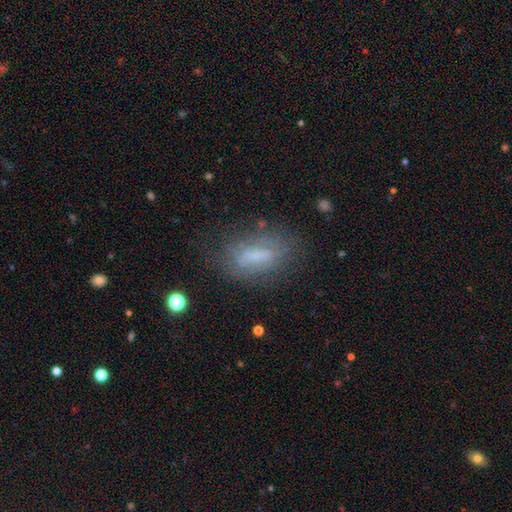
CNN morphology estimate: A featured or disk galaxy (48%). Merging: none (66%).